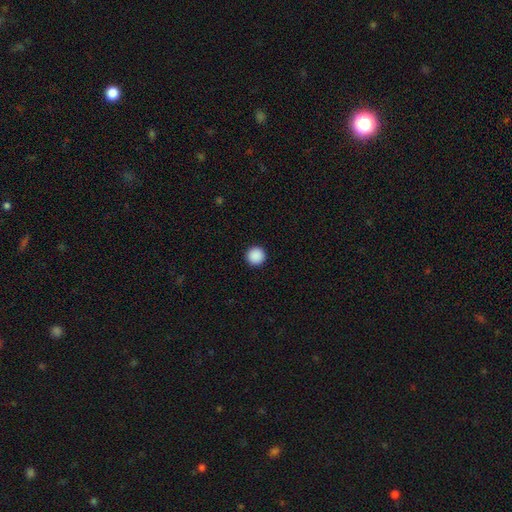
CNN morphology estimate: This is clearly a smooth galaxy (89%). How rounded: clearly round (96%). Merging: clearly none (94%).